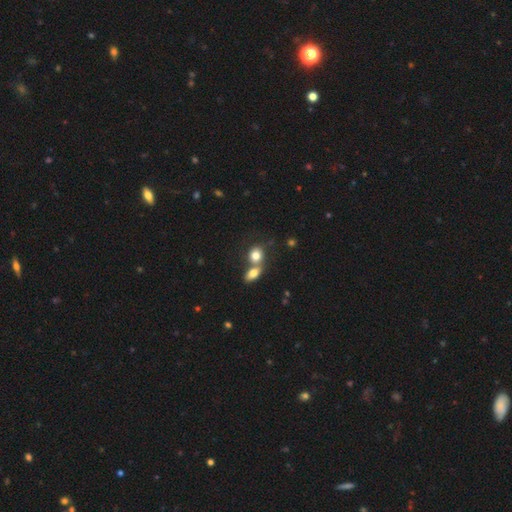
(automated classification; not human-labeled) This is likely a smooth galaxy (79%). How rounded: possibly round (53%). Merging: possibly merger (57%).